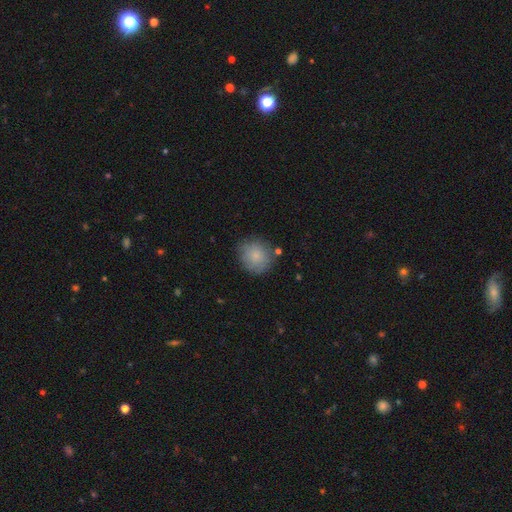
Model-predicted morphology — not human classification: The model was most divided on "merging": none: 76%, minor disturbance: 16%, major disturbance: 4%, merger: 3%. More confident: how rounded — round (89%); smooth or featured — smooth (82%).